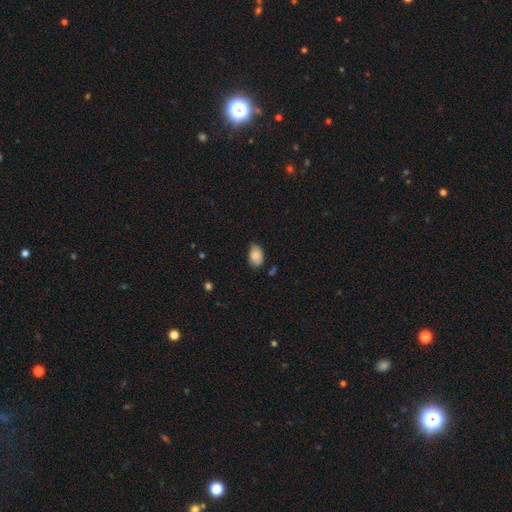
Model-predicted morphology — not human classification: smooth_or_featured: smooth (p=0.87) [alt: star or artifact p=0.07]
how_rounded: in between (p=0.87) [alt: round p=0.12]
merging: none (p=0.71) [alt: minor disturbance p=0.23]